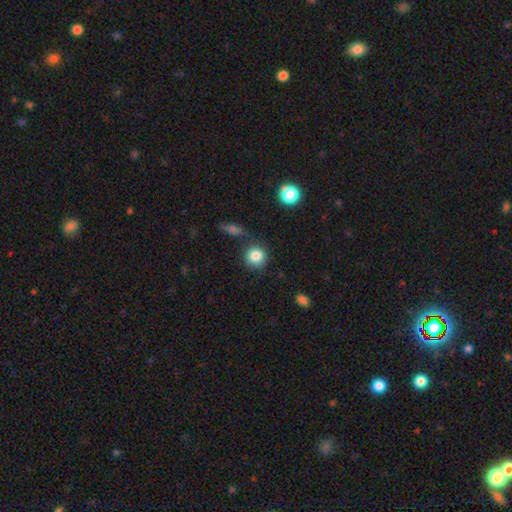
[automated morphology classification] type=smooth (83%); roundness=round (88%); merging=none (79%).